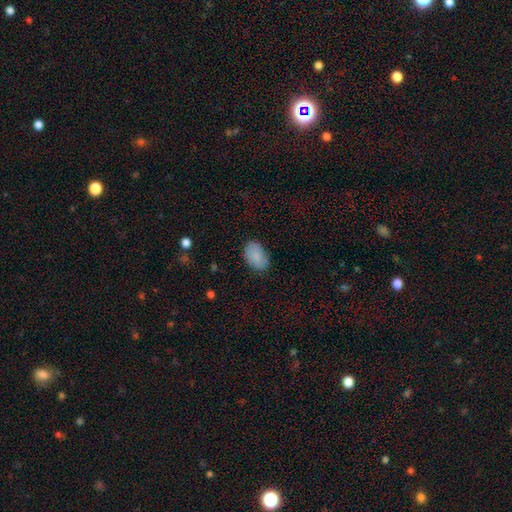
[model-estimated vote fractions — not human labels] The model was most divided on "merging": none: 76%, minor disturbance: 19%, major disturbance: 4%, merger: 1%. More confident: how rounded — in between (90%); smooth or featured — smooth (86%).